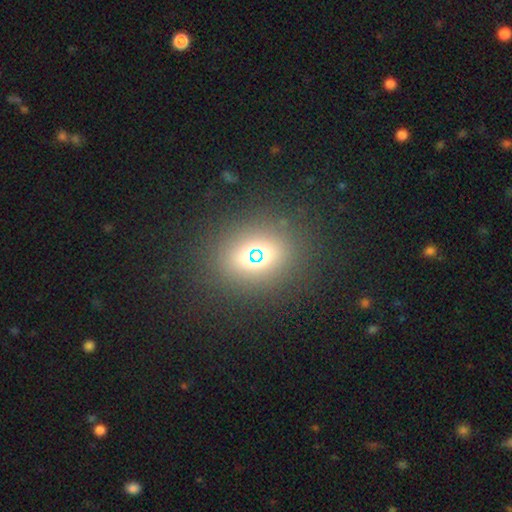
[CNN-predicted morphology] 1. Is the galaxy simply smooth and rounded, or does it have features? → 47% star or artifact, 41% smooth, 12% featured or disk.